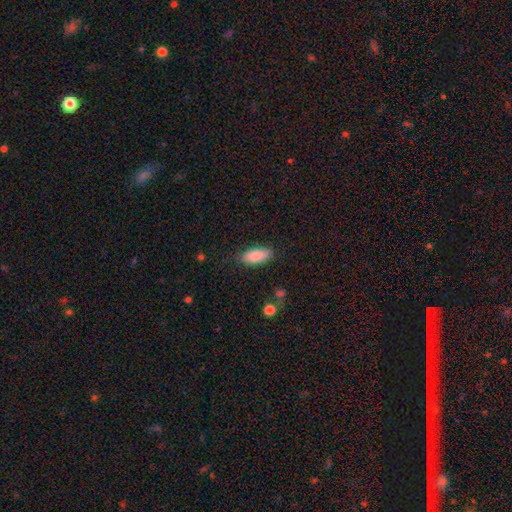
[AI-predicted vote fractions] The model was most divided on "how rounded": in between: 82%, cigar-shaped: 15%, round: 2%. More confident: smooth or featured — smooth (87%); merging — none (82%).